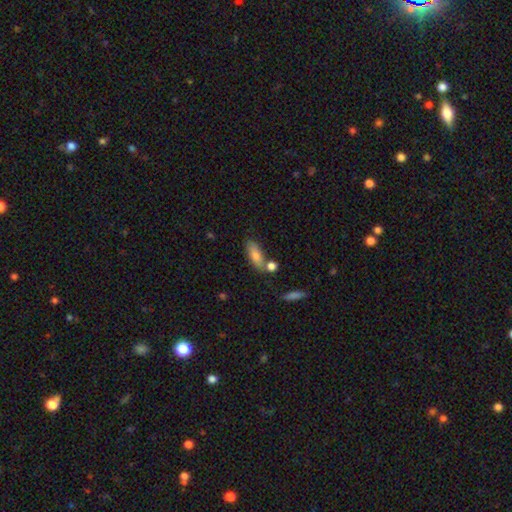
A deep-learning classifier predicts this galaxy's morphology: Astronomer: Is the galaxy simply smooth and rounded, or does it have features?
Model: smooth — 77%.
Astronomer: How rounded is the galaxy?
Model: in between — 71%.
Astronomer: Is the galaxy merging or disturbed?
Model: none — 64%.